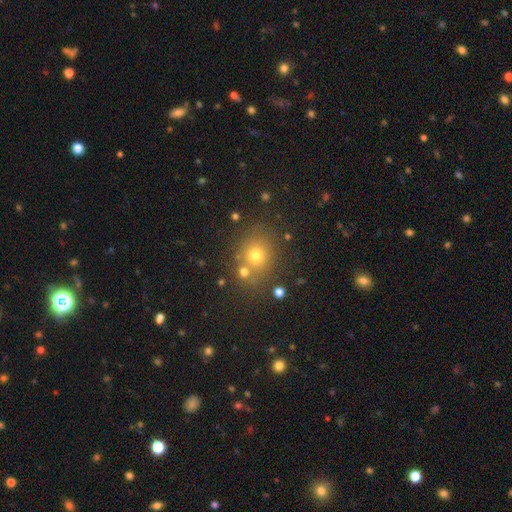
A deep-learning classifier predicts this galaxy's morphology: type=smooth (70%); roundness=round (71%); merging=none (73%).